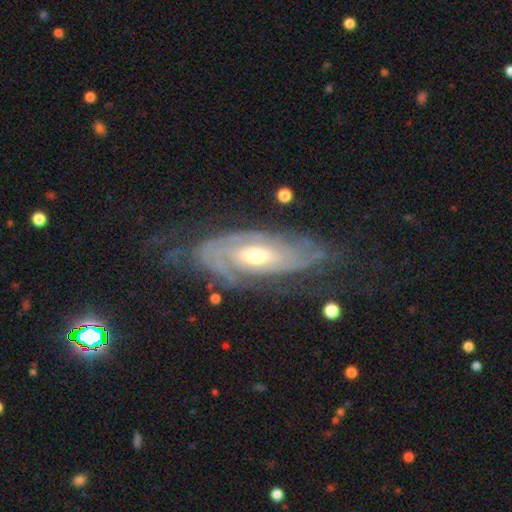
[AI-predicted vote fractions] Smooth or featured: featured or disk — 85% (smooth — 10%)
Edge-on disk: no — 88% (yes — 12%)
Bar: no — 57% (weak — 33%)
Spiral arms: yes — 92% (no — 8%)
Spiral winding: tight — 68% (medium — 25%)
Spiral arm count: can't tell — 45% (2 — 27%)
Bulge size: moderate — 66% (small — 26%)
Merging: none — 65% (minor disturbance — 22%)